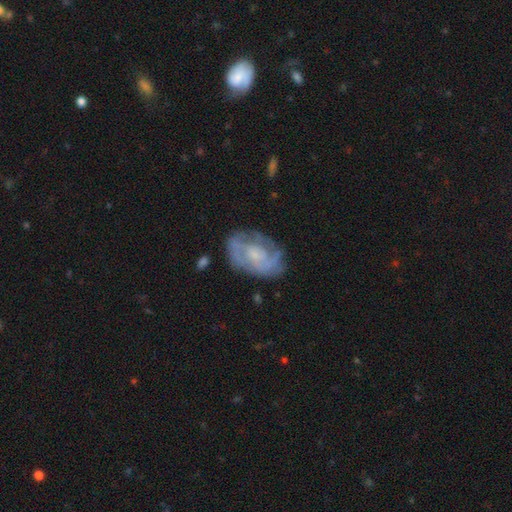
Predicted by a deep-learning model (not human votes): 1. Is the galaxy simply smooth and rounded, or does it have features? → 71% featured or disk, 22% smooth, 7% star or artifact.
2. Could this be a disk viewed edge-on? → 96% no, 4% yes.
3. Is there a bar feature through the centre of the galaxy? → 67% no, 28% weak, 5% strong.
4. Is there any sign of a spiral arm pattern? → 79% yes, 21% no.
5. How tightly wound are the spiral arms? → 49% tight, 37% medium, 14% loose.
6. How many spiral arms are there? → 41% can't tell, 33% 2, 13% 3, 5% 1, 5% 4, 3% more than 4.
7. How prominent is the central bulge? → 49% small, 30% moderate, 16% none, 4% large, 1% dominant.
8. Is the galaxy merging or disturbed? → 68% none, 21% minor disturbance, 9% major disturbance, 2% merger.